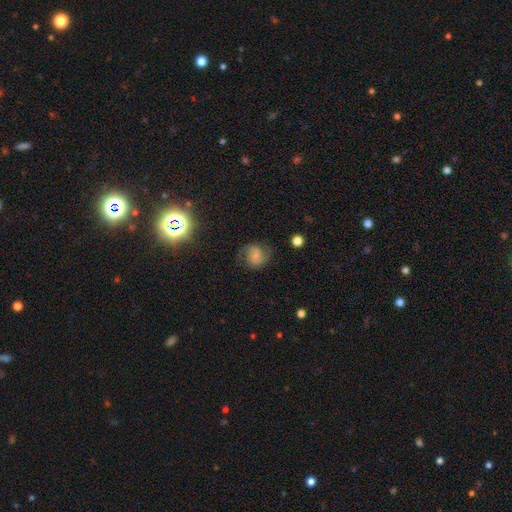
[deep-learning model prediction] featured or disk 62%, smooth 27%, star or artifact 11%. Down the decision tree: edge-on disk — no (98%); bar — no (46%); spiral arms — yes (92%); spiral arm count — 2 (87%); spiral winding — medium (52%); bulge size — small (49%); merging — none (73%).